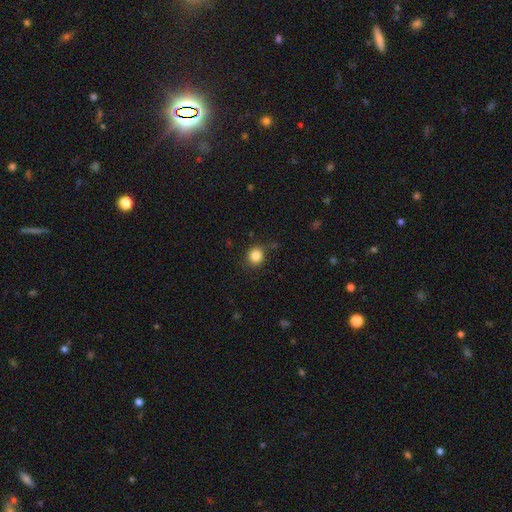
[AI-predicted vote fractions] This appears to be a smooth galaxy with no disk features (84%) that is round (83%). Merging: none (84%).